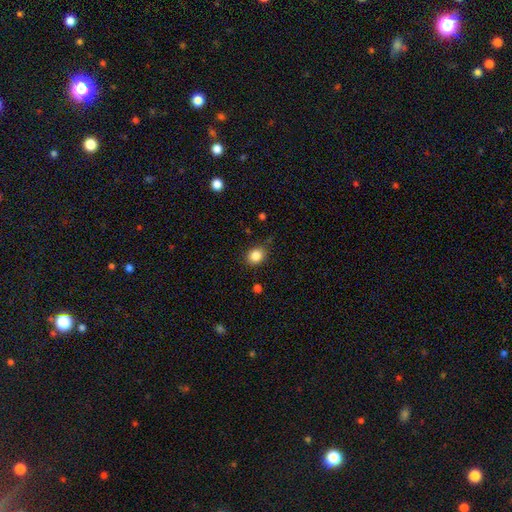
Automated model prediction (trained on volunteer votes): The model was most divided on "how rounded": round: 63%, in between: 36%, cigar-shaped: 1%. More confident: smooth or featured — smooth (85%); merging — none (84%).